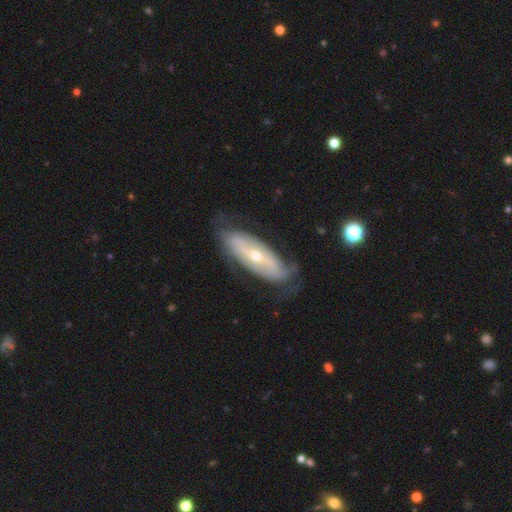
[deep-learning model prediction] The model was most divided on "bulge size": small: 55%, moderate: 41%, large: 2%, none: 1%, dominant: 1%. Remaining: edge-on disk — no (78%); smooth or featured — featured or disk (70%); merging — none (68%); spiral arms — yes (62%); bar — no (48%).